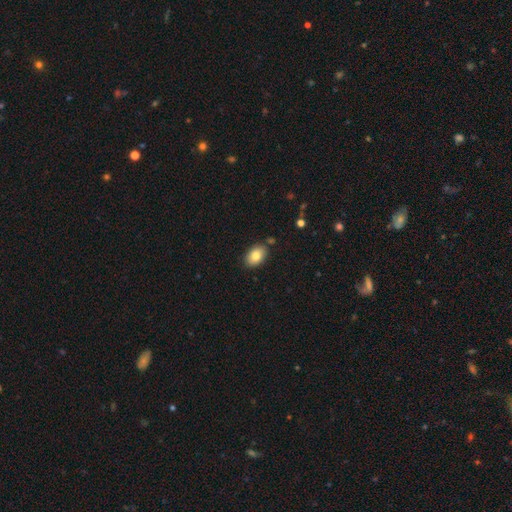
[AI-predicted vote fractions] Smooth or featured: smooth — 83% (featured or disk — 9%)
How rounded: in between — 87% (round — 12%)
Merging: none — 84% (minor disturbance — 11%)